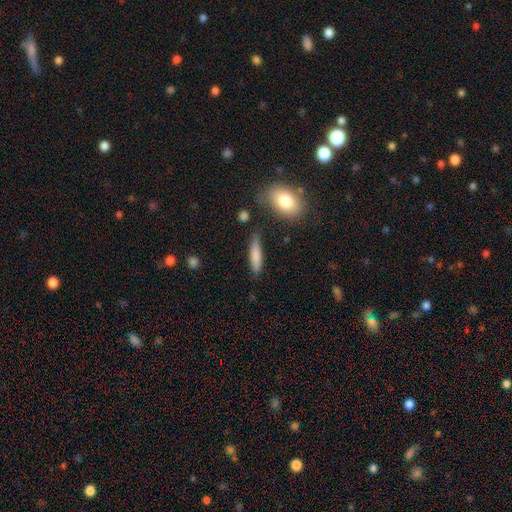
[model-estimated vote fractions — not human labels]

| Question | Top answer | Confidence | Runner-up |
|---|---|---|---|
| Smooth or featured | smooth | 79% | featured or disk (14%) |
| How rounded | cigar-shaped | 79% | in between (19%) |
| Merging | none | 76% | minor disturbance (17%) |